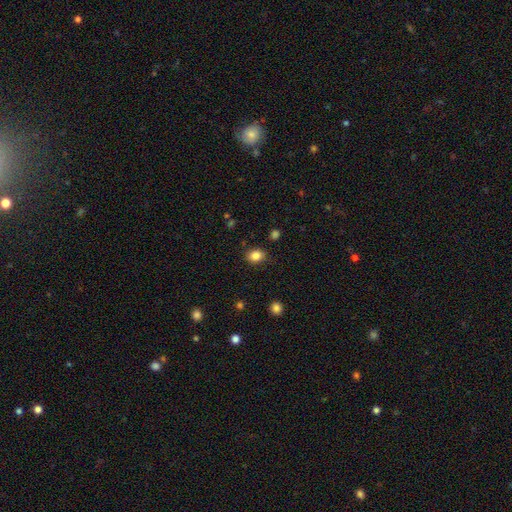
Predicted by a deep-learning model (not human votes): Morphology: type=smooth (85%); roundness=in between (53%); merging=none (85%).